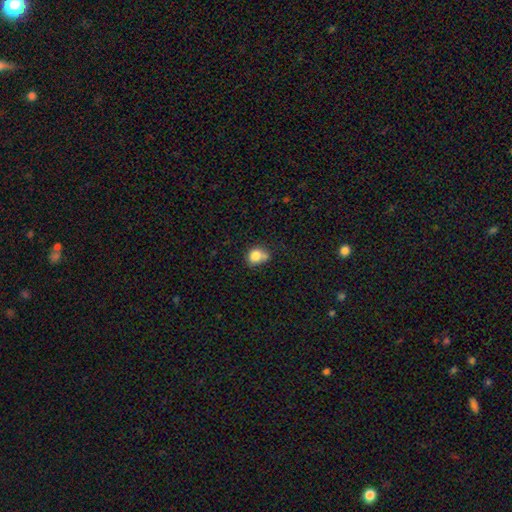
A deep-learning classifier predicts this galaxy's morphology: smooth 80%, star or artifact 10%, featured or disk 9%. Down the decision tree: how rounded — round (65%); merging — none (45%).